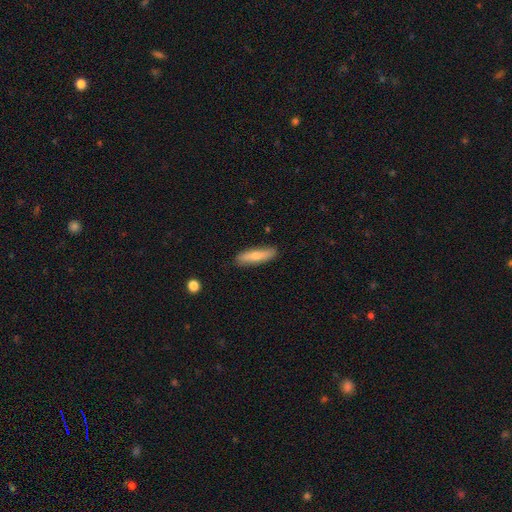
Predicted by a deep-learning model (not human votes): Smooth or featured? Predicted: smooth (p=0.66). How rounded? Predicted: cigar-shaped (p=0.67). Merging? Predicted: none (p=0.85).